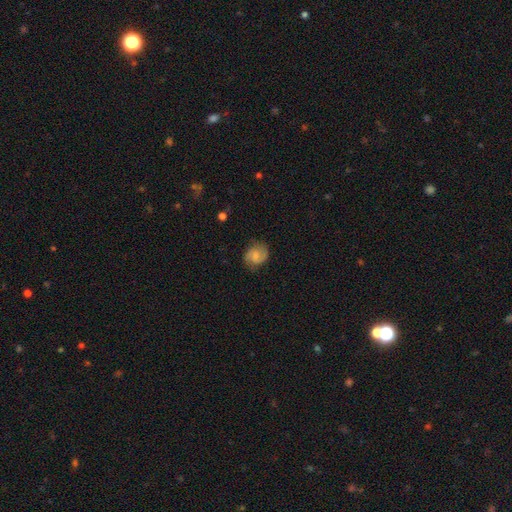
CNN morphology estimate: A featured or disk galaxy (53%) with no bar (47%), spiral arms (92%) and a small central bulge (35%).

Vote fractions:
- Smooth or featured? featured or disk: 53% / smooth: 39% / star or artifact: 8%
- Edge-on disk? no: 98% / yes: 2%
- Bar? no: 47% / weak: 45% / strong: 8%
- Spiral arms? yes: 92% / no: 8%
- Bulge size? small: 35% / none: 29% / moderate: 29% / large: 5% / dominant: 1%
- Merging? none: 77% / minor disturbance: 16% / major disturbance: 5% / merger: 1%